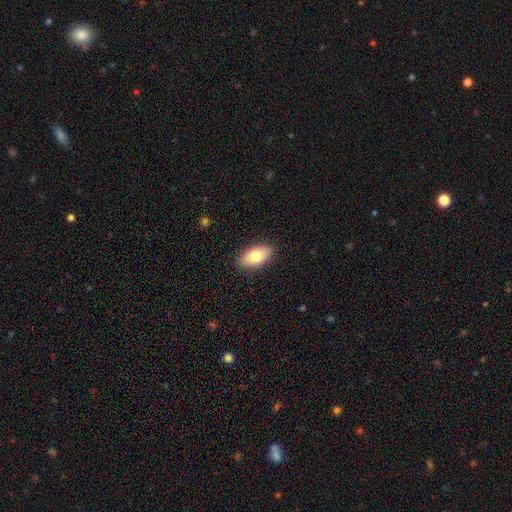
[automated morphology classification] The model was most divided on "smooth or featured": smooth: 81%, featured or disk: 13%, star or artifact: 6%. More confident: how rounded — in between (93%); merging — none (88%).